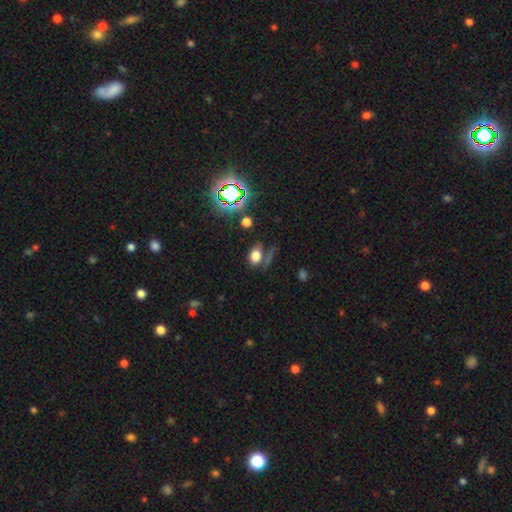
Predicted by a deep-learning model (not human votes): smooth_or_featured: smooth (p=0.72) [alt: star or artifact p=0.19]
how_rounded: in between (p=0.69) [alt: round p=0.29]
merging: none (p=0.59) [alt: minor disturbance p=0.19]